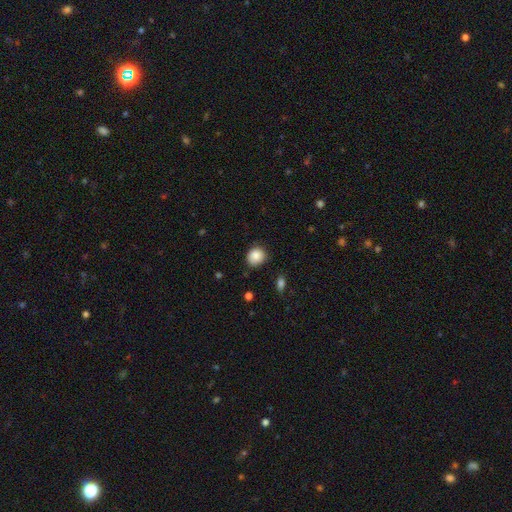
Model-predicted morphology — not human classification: smooth-or-featured: smooth: 86% | star or artifact: 9% | featured or disk: 5%
  how-rounded: round: 78% | in between: 21% | cigar-shaped: 1%
  merging: none: 74% | minor disturbance: 20% | major disturbance: 4% | merger: 2%